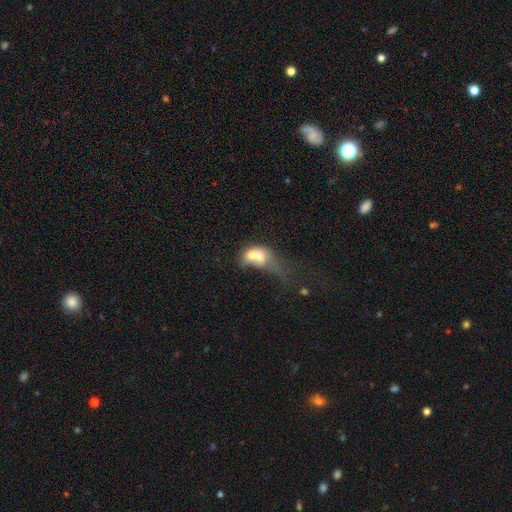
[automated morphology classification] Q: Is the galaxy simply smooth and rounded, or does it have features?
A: smooth — 58%.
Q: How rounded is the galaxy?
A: in between — 68%.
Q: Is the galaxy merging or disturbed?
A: merger — 65%.